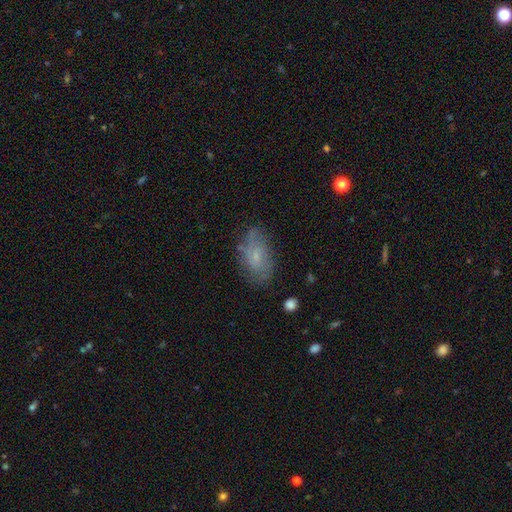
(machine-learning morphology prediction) Smooth or featured? Predicted: smooth (p=0.50). Merging? Predicted: none (p=0.64).